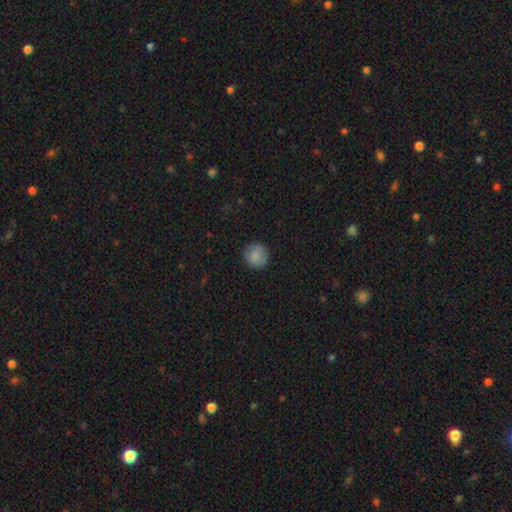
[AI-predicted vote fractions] smooth_or_featured: smooth (p=0.86) [alt: star or artifact p=0.09]
how_rounded: round (p=0.93) [alt: in between p=0.06]
merging: none (p=0.87) [alt: minor disturbance p=0.09]